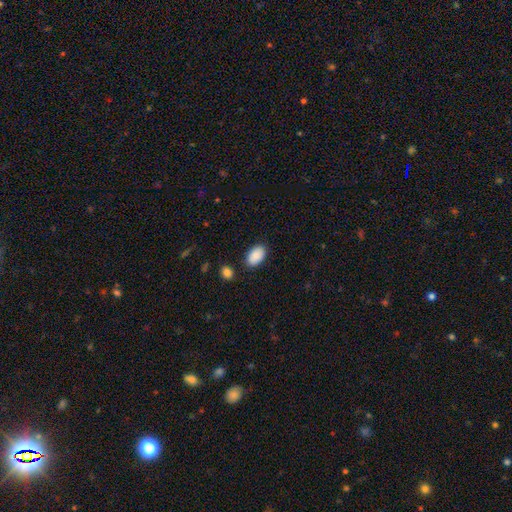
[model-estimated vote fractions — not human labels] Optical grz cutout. It shows a smooth galaxy with no disk features (90%) that is in between round and cigar-shaped (93%). Merging: none (85%).